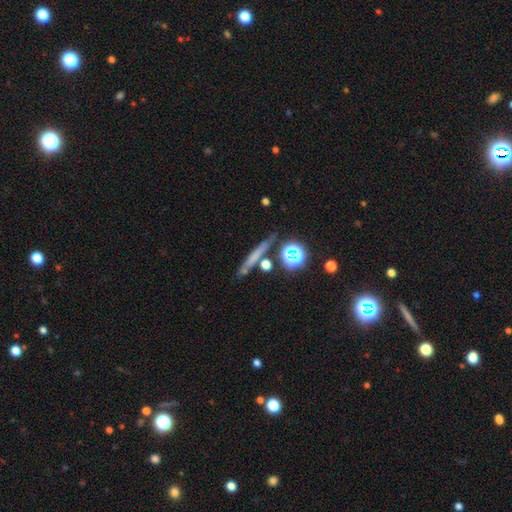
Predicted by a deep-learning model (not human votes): Smooth or featured? Predicted: smooth (p=0.52). How rounded? Predicted: cigar-shaped (p=0.80). Merging? Predicted: none (p=0.76).